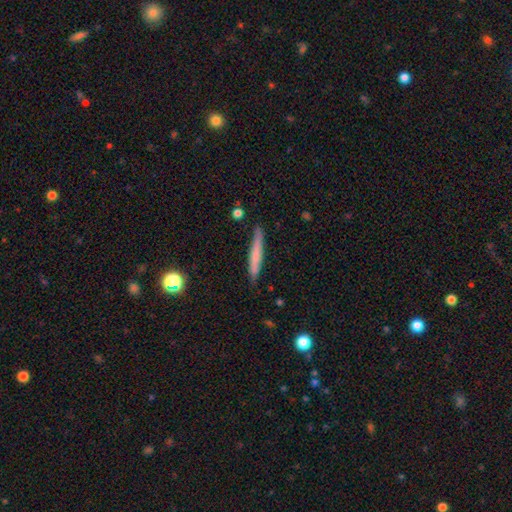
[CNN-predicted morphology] This appears to be a smooth galaxy with no disk features (62%) that is cigar-shaped (95%). Merging: none (86%).